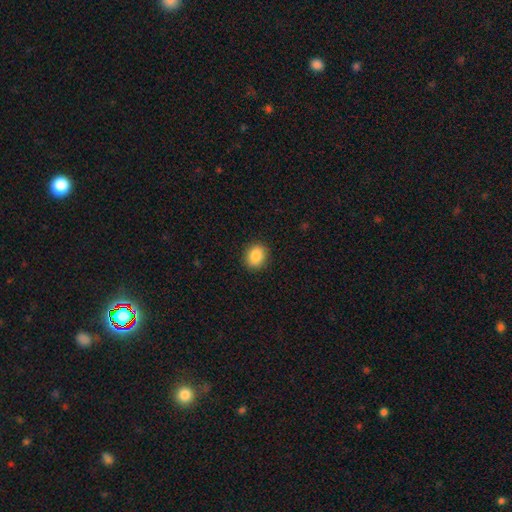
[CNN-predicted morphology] Smooth or featured?
  - smooth: 87% *
  - star or artifact: 9%
  - featured or disk: 5%
How rounded?
  - round: 58% *
  - in between: 41%
  - cigar-shaped: 1%
Merging?
  - none: 90% *
  - minor disturbance: 7%
  - major disturbance: 2%
  - merger: 1%